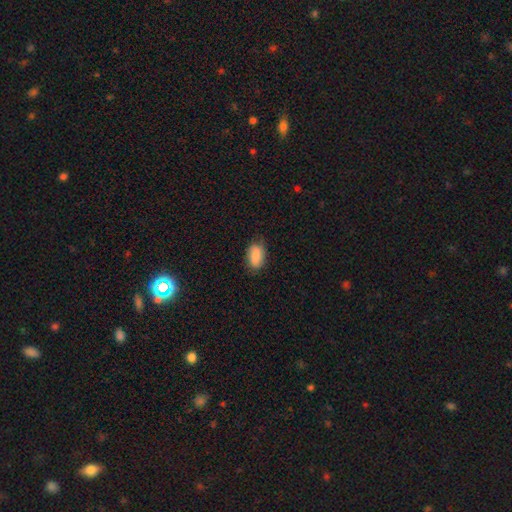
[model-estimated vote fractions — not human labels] Smooth or featured: smooth — 84% (featured or disk — 9%)
How rounded: in between — 90% (round — 7%)
Merging: none — 75% (minor disturbance — 20%)